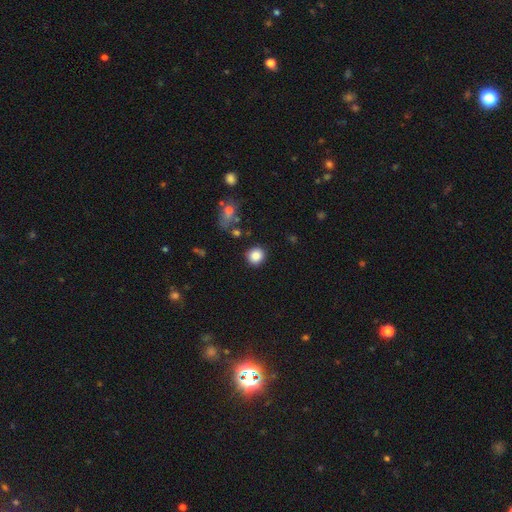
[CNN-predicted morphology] smooth-or-featured: smooth: 85% | star or artifact: 9% | featured or disk: 5%
  how-rounded: round: 88% | in between: 11% | cigar-shaped: 1%
  merging: none: 87% | minor disturbance: 7% | merger: 3% | major disturbance: 3%